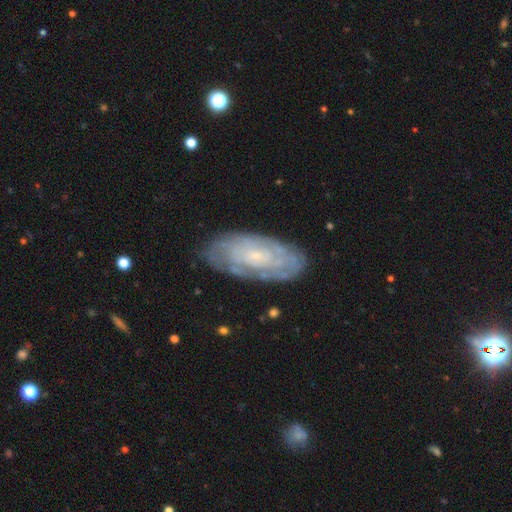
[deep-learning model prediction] Morphology: type=featured or disk (72%); edge-on=no (92%); bar=no (72%); spiral arms=yes (86%); winding=tight (76%); arm count=can't tell (60%); bulge=small (71%); merging=none (78%).